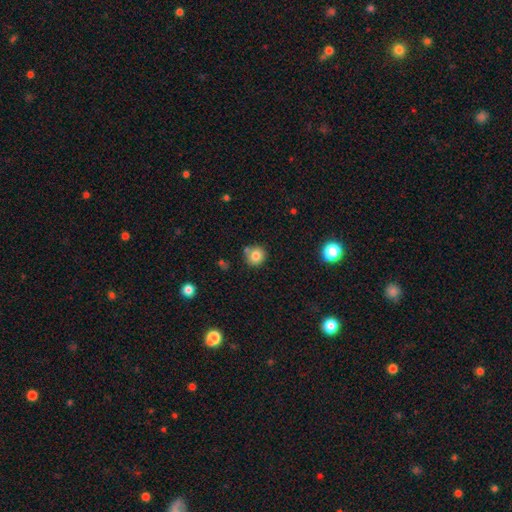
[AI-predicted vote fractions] A smooth galaxy with no disk features (81%) that is round (89%).

Vote fractions:
- Smooth or featured? smooth: 81% / star or artifact: 11% / featured or disk: 8%
- How rounded? round: 89% / in between: 10% / cigar-shaped: 1%
- Merging? none: 76% / merger: 11% / minor disturbance: 10% / major disturbance: 3%